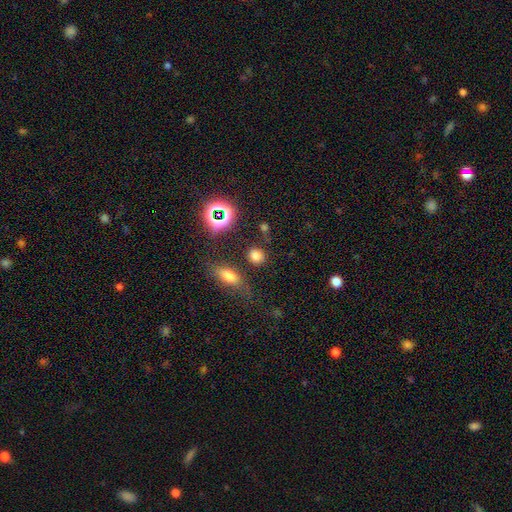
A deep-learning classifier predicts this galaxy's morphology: Q: Smooth or featured?
A: smooth (70%); runner-up: star or artifact (23%)
Q: How rounded?
A: round (75%); runner-up: in between (22%)
Q: Merging?
A: none (77%); runner-up: minor disturbance (12%)